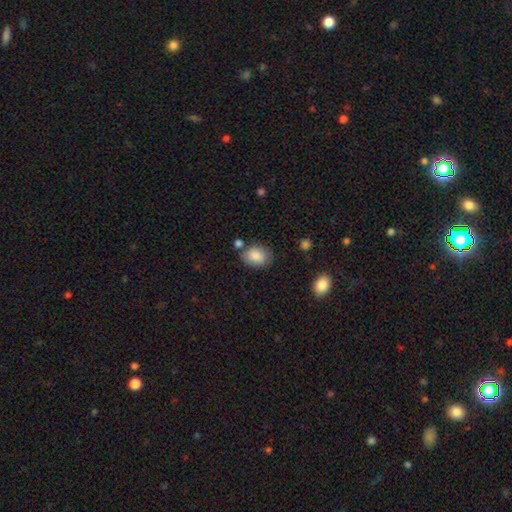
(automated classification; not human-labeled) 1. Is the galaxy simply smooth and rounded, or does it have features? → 86% smooth, 8% star or artifact, 6% featured or disk.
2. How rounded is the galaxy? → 62% in between, 37% round, 1% cigar-shaped.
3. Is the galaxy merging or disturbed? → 70% none, 18% minor disturbance, 8% merger, 5% major disturbance.